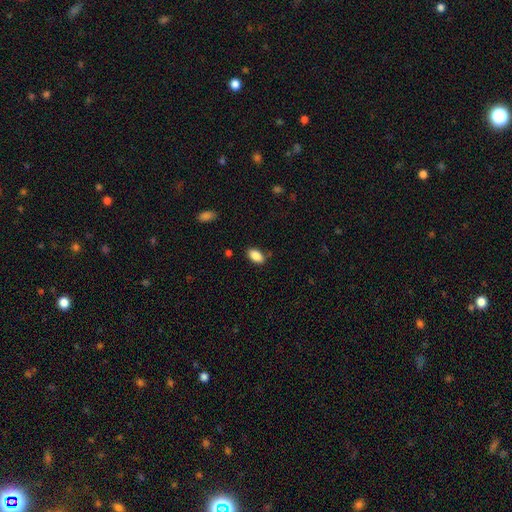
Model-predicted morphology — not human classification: type=smooth (87%); roundness=in between (92%); merging=none (83%).